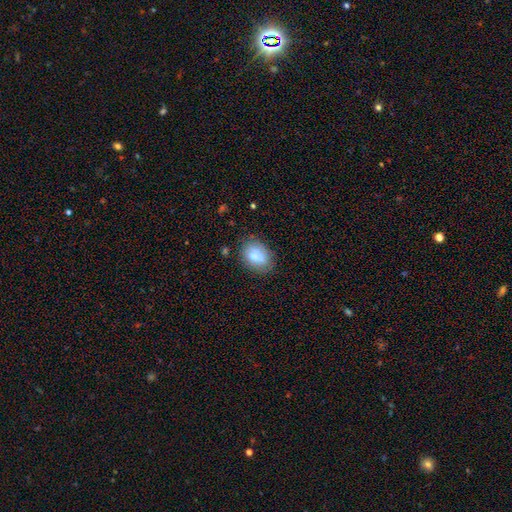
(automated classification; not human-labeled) smooth-or-featured: smooth: 77% | featured or disk: 14% | star or artifact: 9%
  how-rounded: in between: 74% | round: 25% | cigar-shaped: 2%
  merging: none: 69% | minor disturbance: 20% | merger: 6% | major disturbance: 5%